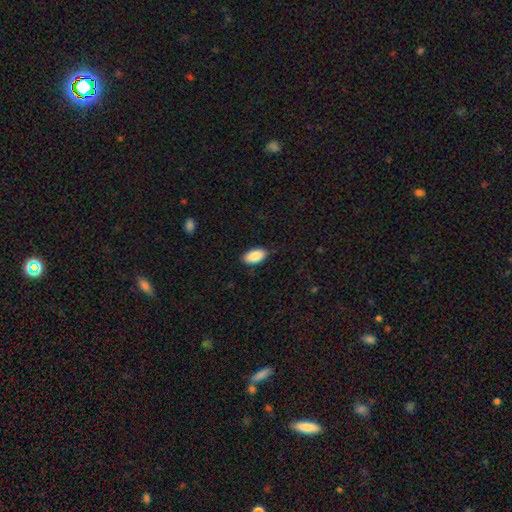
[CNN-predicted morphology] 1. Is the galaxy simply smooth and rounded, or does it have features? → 90% smooth, 6% star or artifact, 4% featured or disk.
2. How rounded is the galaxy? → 95% in between, 3% cigar-shaped, 3% round.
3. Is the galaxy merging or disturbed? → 86% none, 11% minor disturbance, 2% major disturbance, 1% merger.